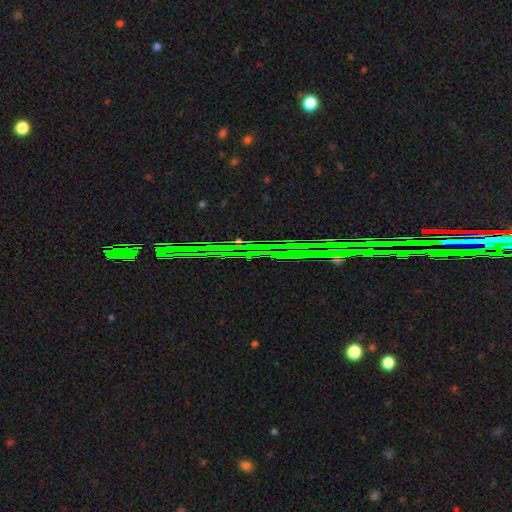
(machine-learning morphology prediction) A star or artifact, not a galaxy (82%).